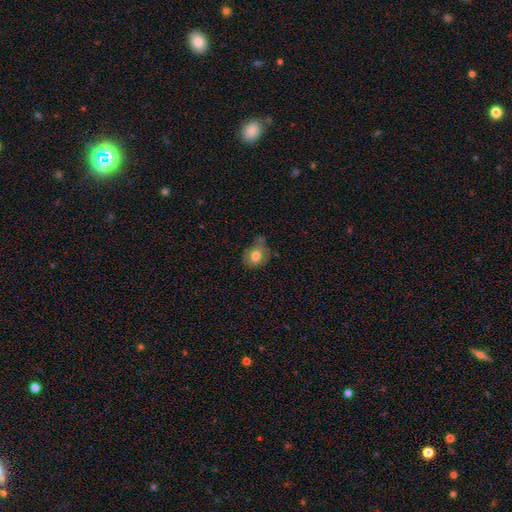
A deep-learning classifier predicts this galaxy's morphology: Smooth or featured: smooth — 75% (featured or disk — 15%)
How rounded: round — 54% (in between — 45%)
Merging: none — 49% (minor disturbance — 34%)